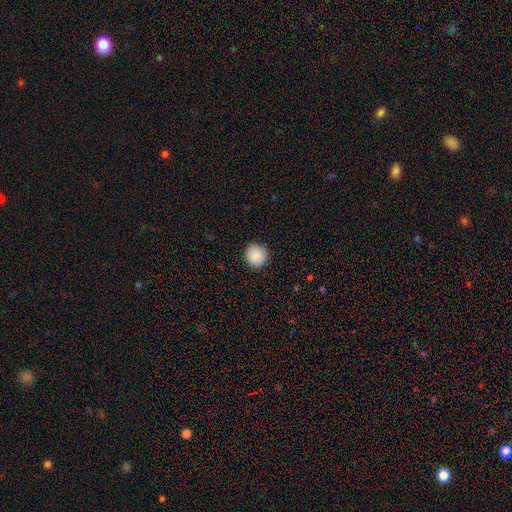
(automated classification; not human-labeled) smooth_or_featured: smooth (p=0.89) [alt: star or artifact p=0.08]
how_rounded: round (p=0.93) [alt: in between p=0.06]
merging: none (p=0.90) [alt: minor disturbance p=0.07]